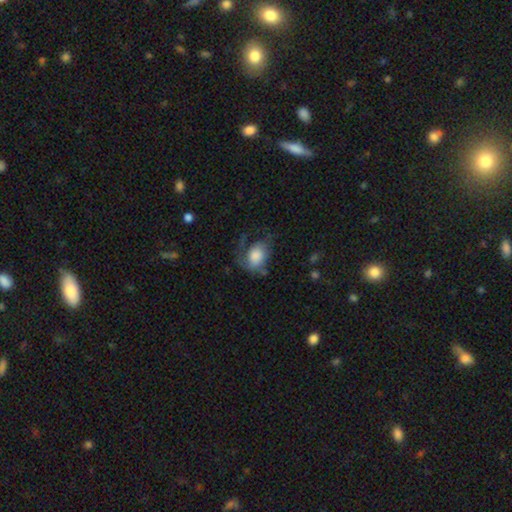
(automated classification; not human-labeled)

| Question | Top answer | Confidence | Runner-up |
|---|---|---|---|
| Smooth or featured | smooth | 59% | featured or disk (33%) |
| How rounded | in between | 63% | round (36%) |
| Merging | major disturbance | 38% | none (34%) |